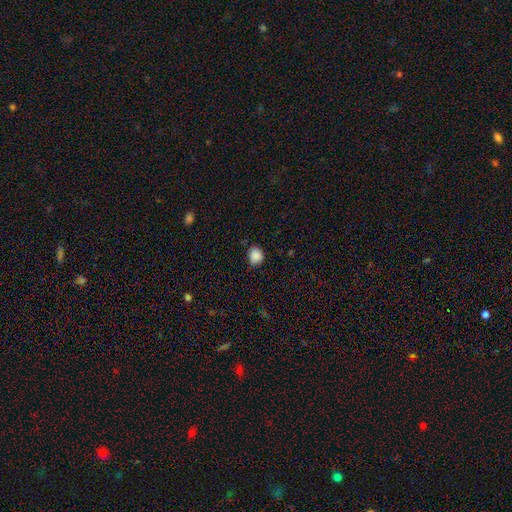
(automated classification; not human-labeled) Q: Smooth or featured?
A: smooth (87%); runner-up: star or artifact (10%)
Q: How rounded?
A: round (69%); runner-up: in between (30%)
Q: Merging?
A: none (72%); runner-up: minor disturbance (23%)